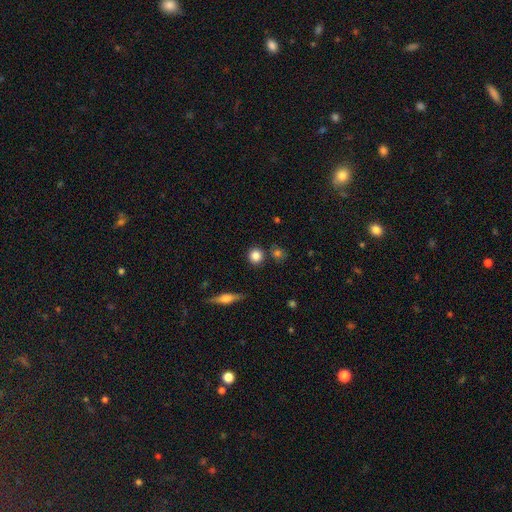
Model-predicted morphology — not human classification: This appears to be a smooth galaxy with no disk features (85%) that is round (90%). Merging: none (84%).